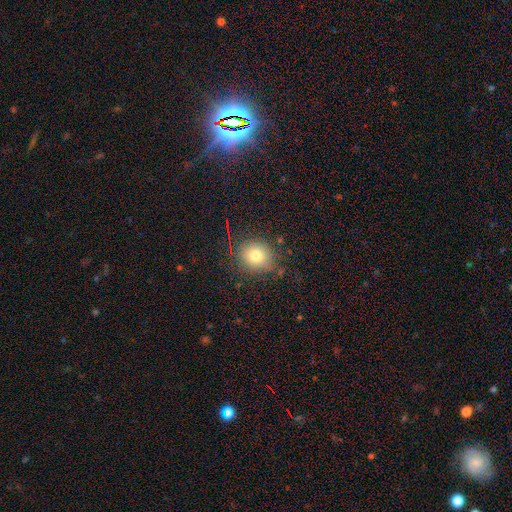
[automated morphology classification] The model was most divided on "how rounded": round: 79%, in between: 20%, cigar-shaped: 1%. More confident: merging — none (83%); smooth or featured — smooth (76%).